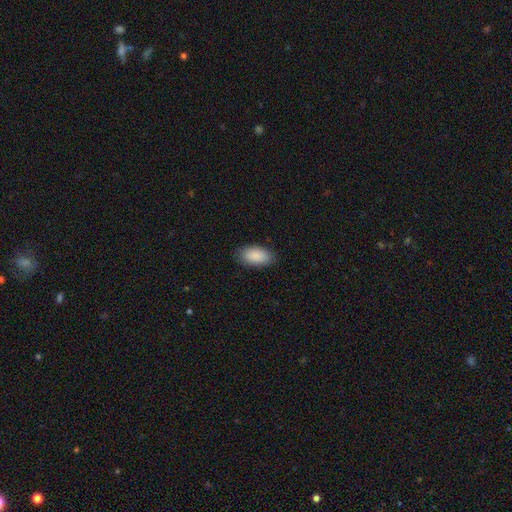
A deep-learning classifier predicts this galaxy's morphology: smooth 90%, star or artifact 6%, featured or disk 4%. Down the decision tree: how rounded — in between (94%); merging — none (86%).